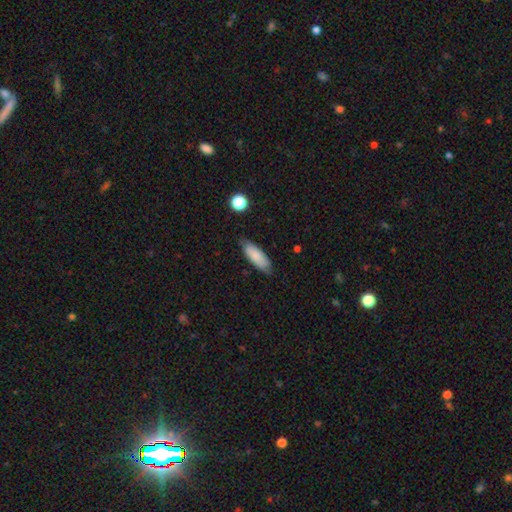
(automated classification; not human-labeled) Overall: smooth (84%). How rounded: in between (65%; cigar-shaped 34%). Merging: none (77%).